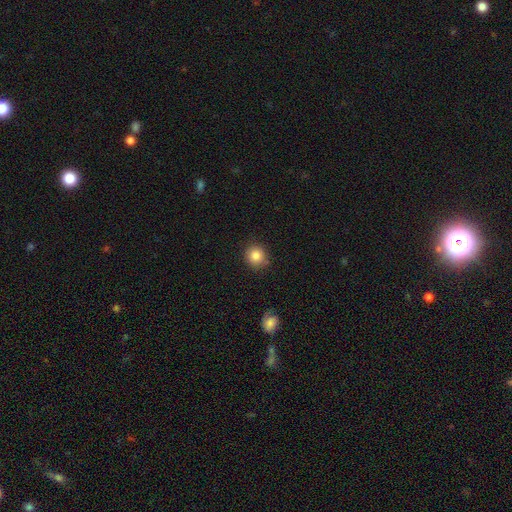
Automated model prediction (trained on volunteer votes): smooth-or-featured: smooth: 85% | star or artifact: 10% | featured or disk: 6%
  how-rounded: round: 89% | in between: 10% | cigar-shaped: 1%
  merging: none: 86% | minor disturbance: 10% | major disturbance: 2% | merger: 1%